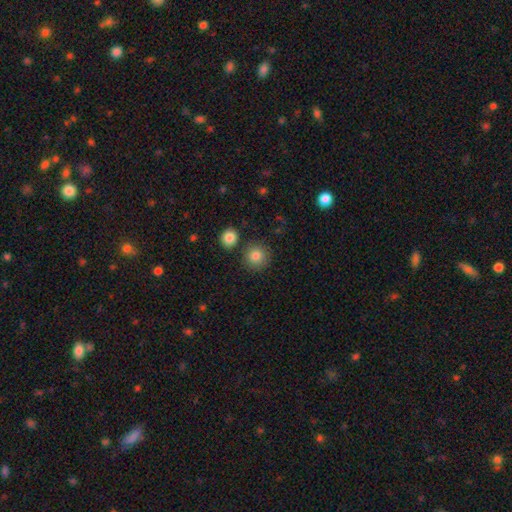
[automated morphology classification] type=smooth (85%); roundness=round (92%); merging=none (84%).